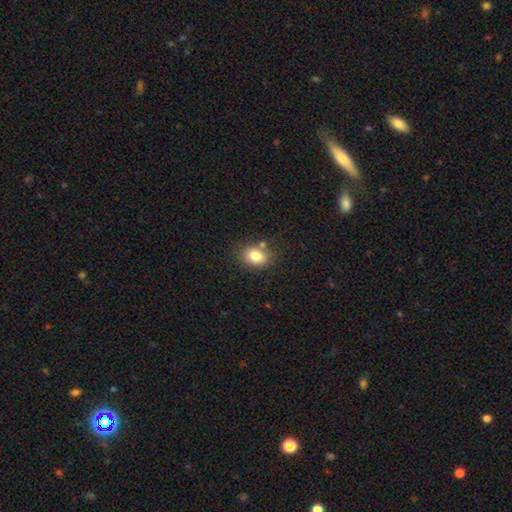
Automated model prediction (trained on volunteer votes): The model was most divided on "how rounded": in between: 55%, round: 44%, cigar-shaped: 1%. More confident: smooth or featured — smooth (82%); merging — none (75%).